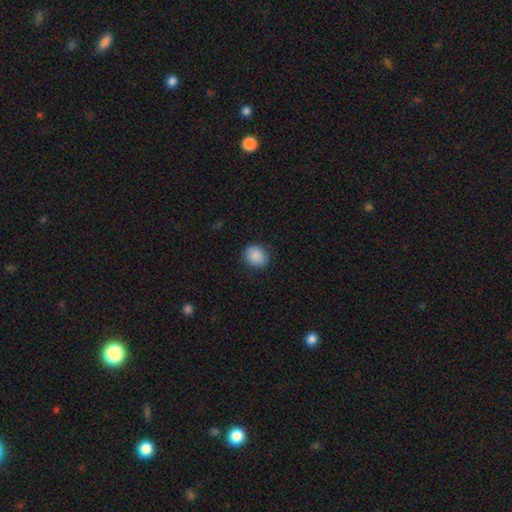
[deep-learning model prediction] Smooth or featured: smooth — 88% (star or artifact — 8%)
How rounded: round — 63% (in between — 36%)
Merging: none — 87% (minor disturbance — 9%)